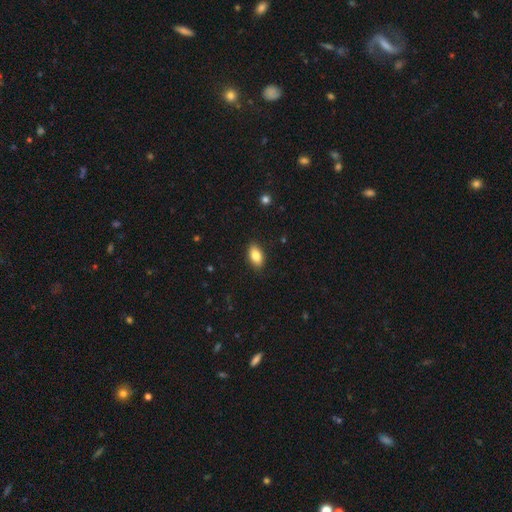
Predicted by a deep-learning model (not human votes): This appears to be a smooth galaxy with no disk features (84%) that is in between round and cigar-shaped (91%). Merging: none (88%).